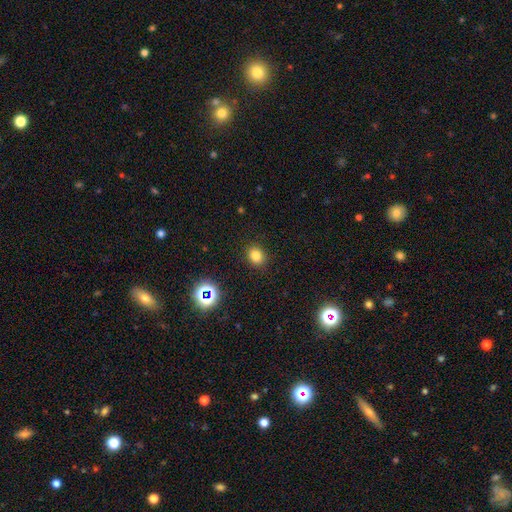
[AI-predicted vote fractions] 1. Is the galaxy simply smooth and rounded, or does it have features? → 79% smooth, 16% star or artifact, 6% featured or disk.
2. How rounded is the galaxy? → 62% round, 37% in between, 1% cigar-shaped.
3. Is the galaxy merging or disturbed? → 89% none, 7% minor disturbance, 3% major disturbance, 1% merger.